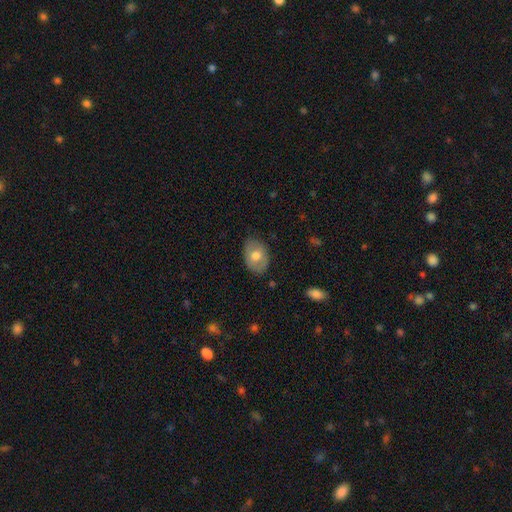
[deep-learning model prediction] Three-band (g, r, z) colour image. It shows a smooth galaxy with no disk features (61%) that is in between round and cigar-shaped (77%). Merging: none (79%).